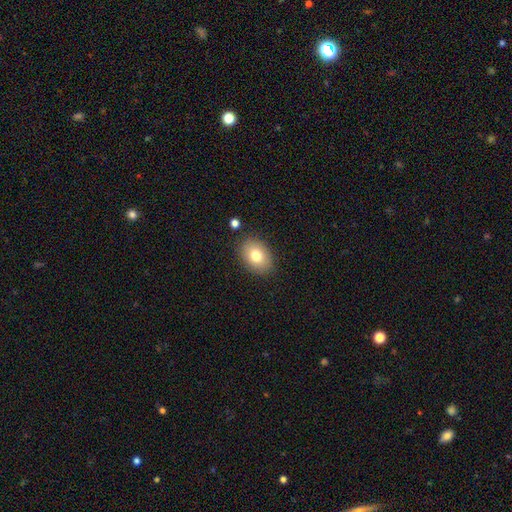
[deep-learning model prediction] Smooth or featured: smooth — 79% (featured or disk — 12%)
How rounded: in between — 74% (round — 25%)
Merging: none — 86% (minor disturbance — 10%)